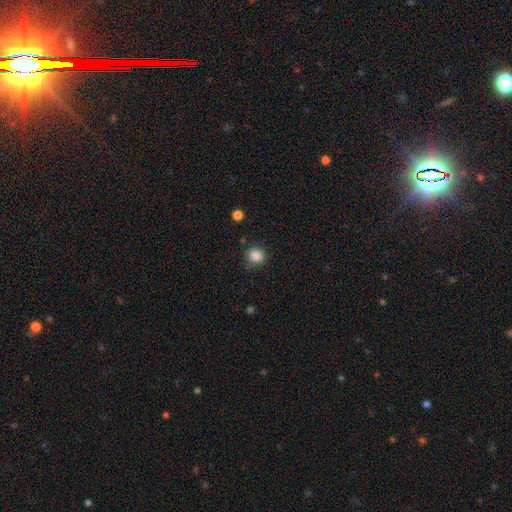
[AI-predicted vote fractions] smooth-or-featured: smooth: 86% | star or artifact: 11% | featured or disk: 4%
  how-rounded: round: 85% | in between: 14% | cigar-shaped: 1%
  merging: none: 82% | minor disturbance: 13% | major disturbance: 3% | merger: 2%